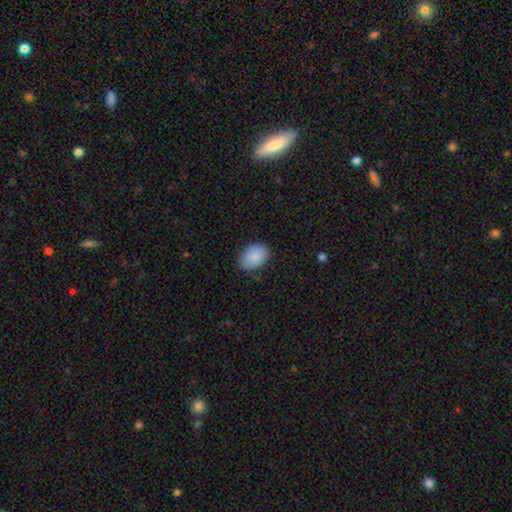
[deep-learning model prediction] smooth_or_featured: smooth (p=0.87) [alt: featured or disk p=0.07]
how_rounded: in between (p=0.84) [alt: round p=0.15]
merging: none (p=0.78) [alt: minor disturbance p=0.17]